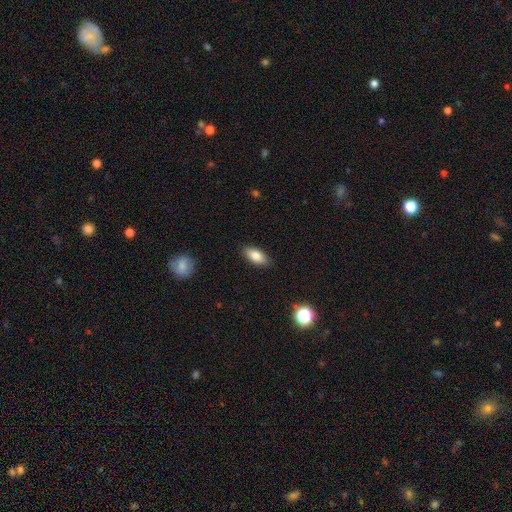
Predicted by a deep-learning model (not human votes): A smooth galaxy with no disk features (82%) that is in between round and cigar-shaped (86%). Merging: none (87%).